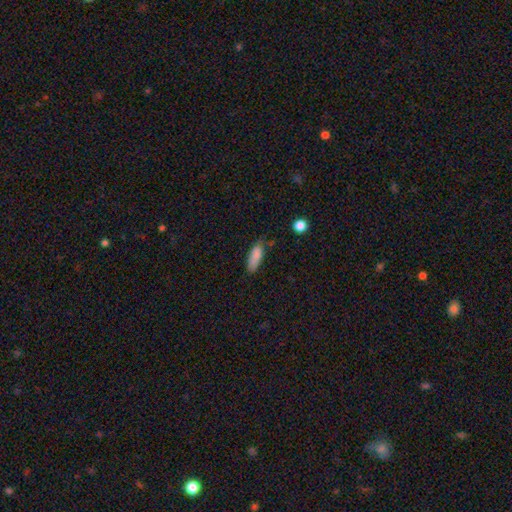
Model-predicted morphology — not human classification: The model was most divided on "merging": none: 60%, minor disturbance: 31%, major disturbance: 6%, merger: 3%. More confident: smooth or featured — smooth (84%); how rounded — in between (66%).